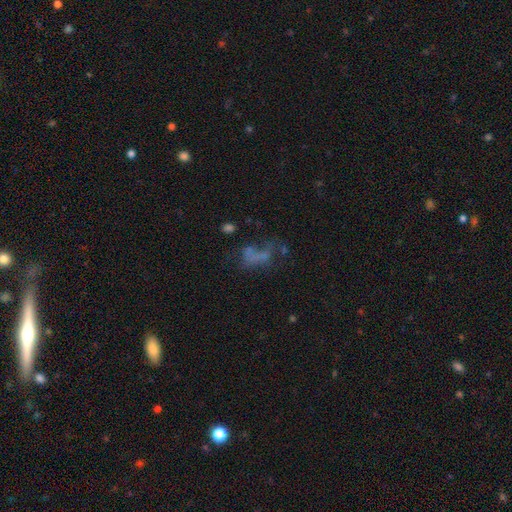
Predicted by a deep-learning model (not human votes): Smooth or featured? Predicted: smooth (p=0.38). Merging? Predicted: major disturbance (p=0.36).